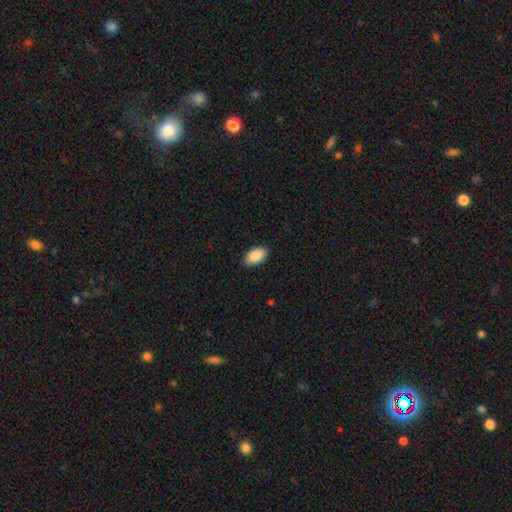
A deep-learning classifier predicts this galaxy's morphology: A smooth galaxy with no disk features (90%) that is in between round and cigar-shaped (95%). Merging: none (87%).